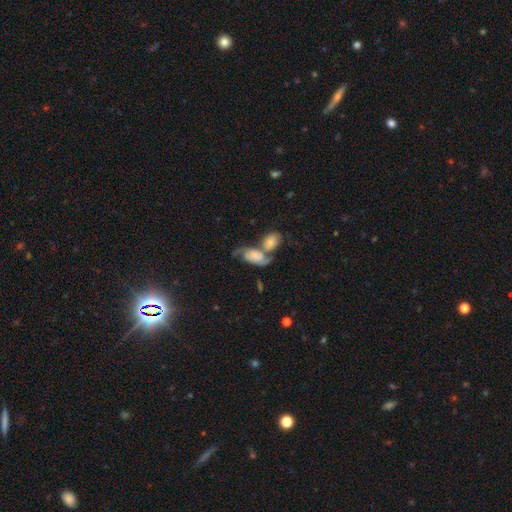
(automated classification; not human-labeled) smooth-or-featured: featured or disk: 67% | smooth: 26% | star or artifact: 7%
  disk-edge-on: no: 95% | yes: 5%
    bar: no: 66% | weak: 25% | strong: 8%
    has-spiral-arms: yes: 91% | no: 9%
      spiral-winding: loose: 44% | medium: 39% | tight: 17%
      spiral-arm-count: 2: 88% | can't tell: 5% | 1: 3% | 3: 2% | 4: 1% | more than 4: 1%
    bulge-size: none: 34% | small: 25% | large: 18% | moderate: 16% | dominant: 7%
  merging: merger: 53% | none: 25% | minor disturbance: 12% | major disturbance: 10%